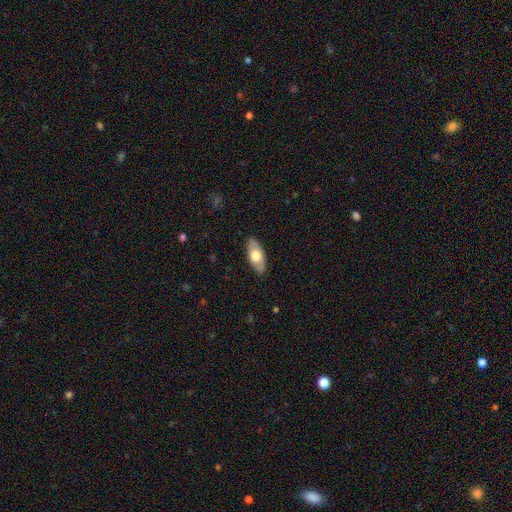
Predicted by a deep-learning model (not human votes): A smooth galaxy with no disk features (62%) that is in between round and cigar-shaped (88%).

Vote fractions:
- Smooth or featured? smooth: 62% / featured or disk: 32% / star or artifact: 5%
- How rounded? in between: 88% / cigar-shaped: 9% / round: 3%
- Merging? none: 85% / minor disturbance: 11% / major disturbance: 2% / merger: 1%